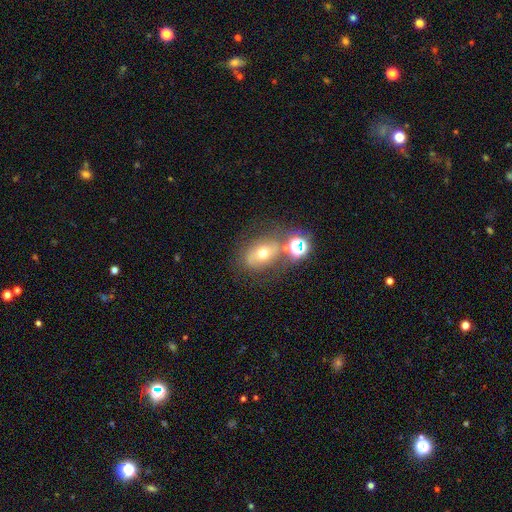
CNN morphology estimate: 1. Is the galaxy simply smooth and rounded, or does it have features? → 49% smooth, 31% featured or disk, 20% star or artifact.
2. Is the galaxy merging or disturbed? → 46% none, 35% merger, 12% minor disturbance, 7% major disturbance.